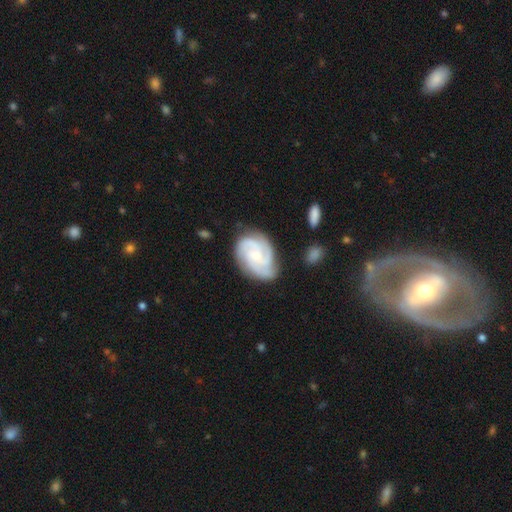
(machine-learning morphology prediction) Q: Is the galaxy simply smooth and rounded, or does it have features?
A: featured or disk — 85%.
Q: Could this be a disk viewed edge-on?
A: no — 98%.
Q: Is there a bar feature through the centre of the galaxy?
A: no — 67%.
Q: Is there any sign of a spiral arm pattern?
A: yes — 98%.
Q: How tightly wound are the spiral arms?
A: tight — 54%.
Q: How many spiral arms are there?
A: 3 — 57%.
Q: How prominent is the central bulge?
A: small — 67%.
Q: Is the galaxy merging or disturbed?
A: none — 73%.